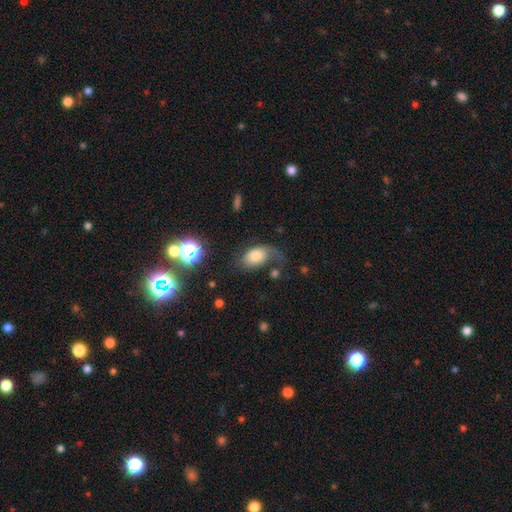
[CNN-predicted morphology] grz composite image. It shows a smooth galaxy with no disk features (59%) that is in between round and cigar-shaped (84%). Merging: major disturbance (39%).